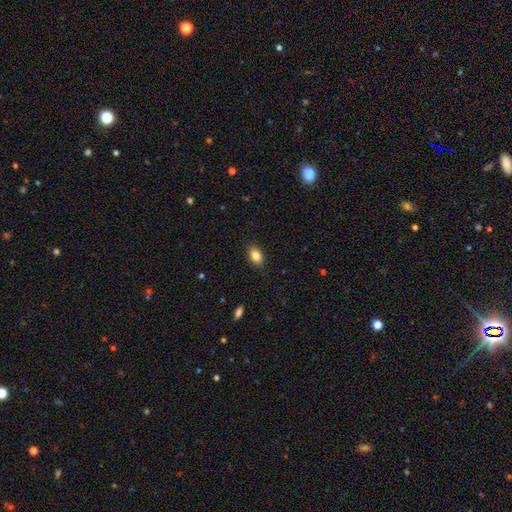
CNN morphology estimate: A smooth galaxy with no disk features (84%) that is in between round and cigar-shaped (88%). Merging: none (87%).